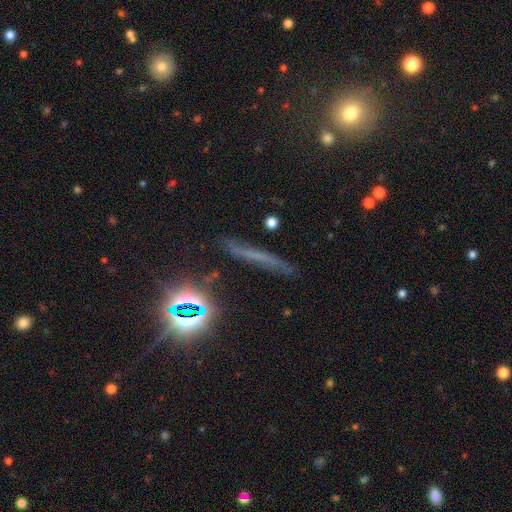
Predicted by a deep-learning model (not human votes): A featured or disk galaxy (36%).

Vote fractions:
- Smooth or featured? featured or disk: 36% / smooth: 34% / star or artifact: 30%
- Merging? none: 82% / minor disturbance: 12% / major disturbance: 4% / merger: 3%